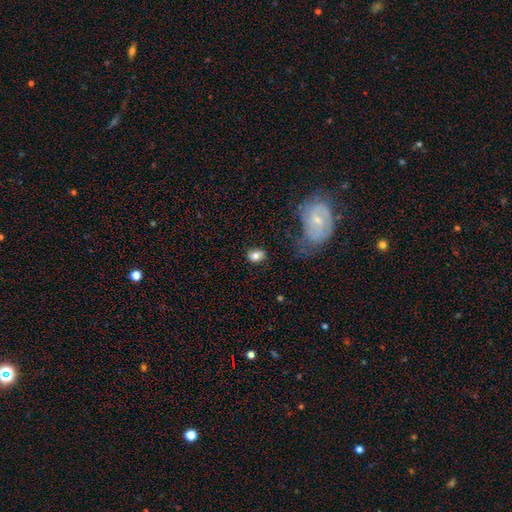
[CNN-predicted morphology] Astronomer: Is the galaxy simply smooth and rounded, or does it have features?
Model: smooth — 77%.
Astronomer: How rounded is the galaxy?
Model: in between — 67%.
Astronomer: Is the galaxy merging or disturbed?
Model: none — 77%.